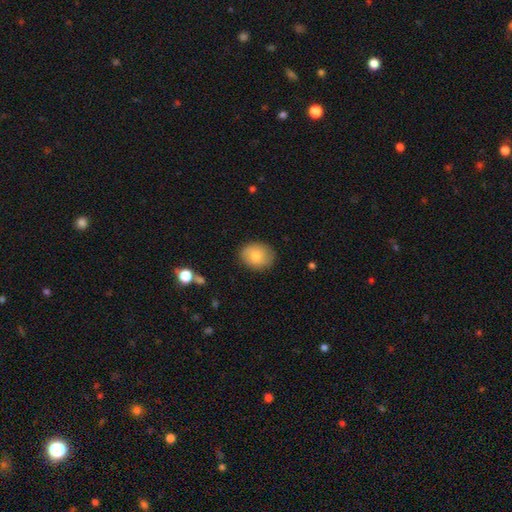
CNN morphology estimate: This appears to be a smooth galaxy with no disk features (79%) that is round (54%). Merging: none (84%).